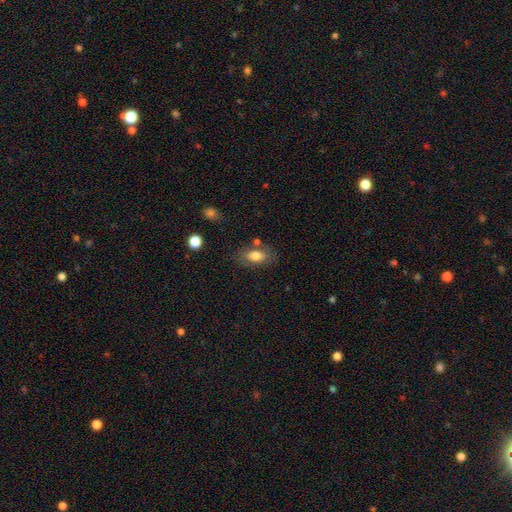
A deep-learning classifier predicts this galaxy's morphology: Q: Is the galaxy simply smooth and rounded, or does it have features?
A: smooth — 77%.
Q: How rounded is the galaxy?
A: in between — 88%.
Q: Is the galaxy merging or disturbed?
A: none — 71%.